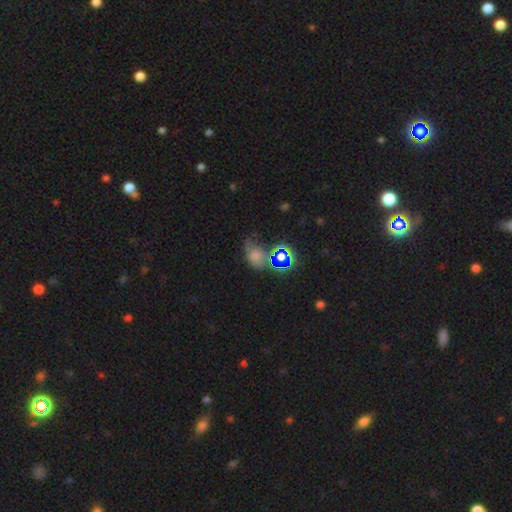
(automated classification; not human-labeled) Overall: star or artifact (46%; smooth 35%).